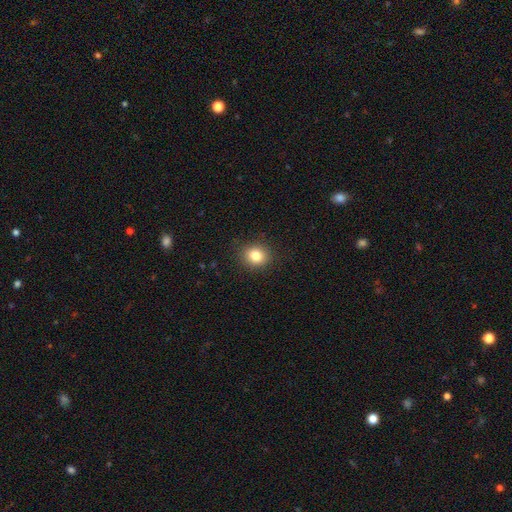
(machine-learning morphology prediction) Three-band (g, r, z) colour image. It shows a smooth galaxy with no disk features (82%) that is round (76%). Merging: none (90%).